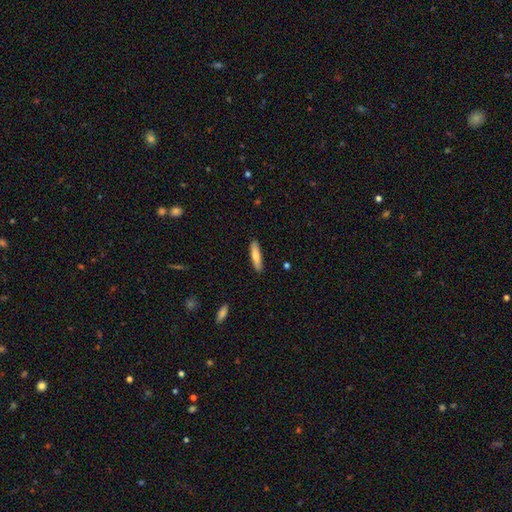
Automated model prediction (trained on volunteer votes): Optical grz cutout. It shows a smooth galaxy with no disk features (77%) that is cigar-shaped (80%). Merging: none (88%).